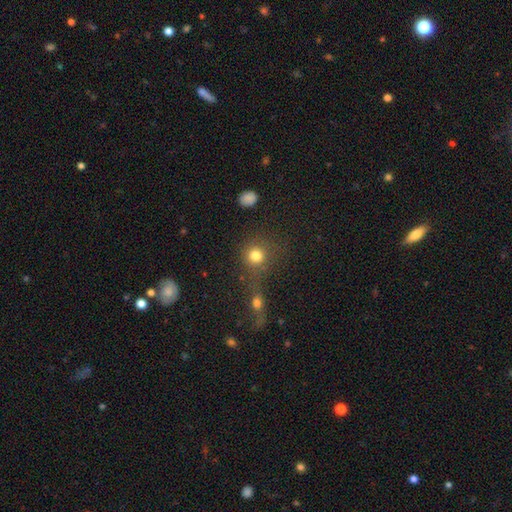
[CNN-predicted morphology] smooth-or-featured: smooth: 79% | star or artifact: 14% | featured or disk: 7%
  how-rounded: round: 90% | in between: 9% | cigar-shaped: 1%
  merging: none: 58% | merger: 26% | minor disturbance: 9% | major disturbance: 7%